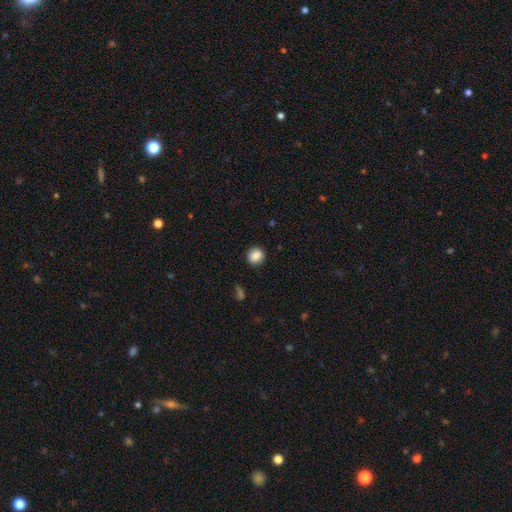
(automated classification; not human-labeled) Smooth or featured? Predicted: smooth (p=0.86). How rounded? Predicted: round (p=0.85). Merging? Predicted: none (p=0.89).